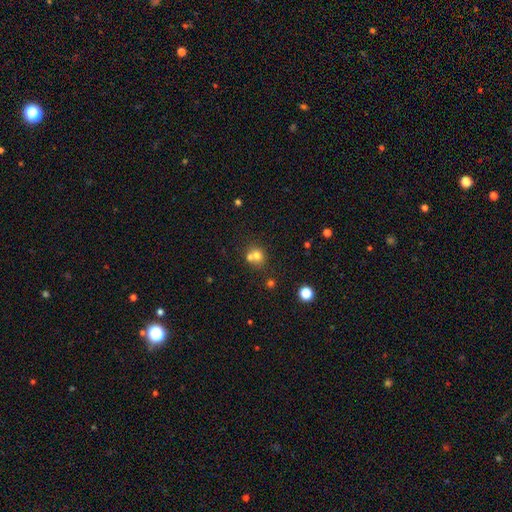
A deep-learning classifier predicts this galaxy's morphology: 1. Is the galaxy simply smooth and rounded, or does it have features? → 70% smooth, 16% star or artifact, 15% featured or disk.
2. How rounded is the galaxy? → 80% round, 19% in between, 1% cigar-shaped.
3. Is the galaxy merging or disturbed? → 45% merger (tied), 45% none (tied), 7% minor disturbance, 3% major disturbance.